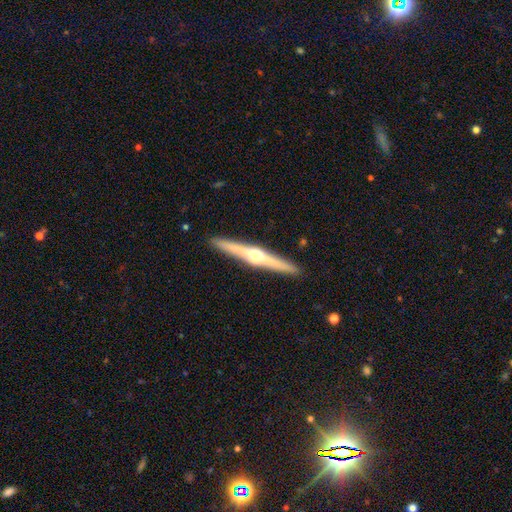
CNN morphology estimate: featured or disk 76%, smooth 19%, star or artifact 5%. Down the decision tree: edge-on disk — yes (98%); edge-on bulge — rounded (94%); merging — none (92%).